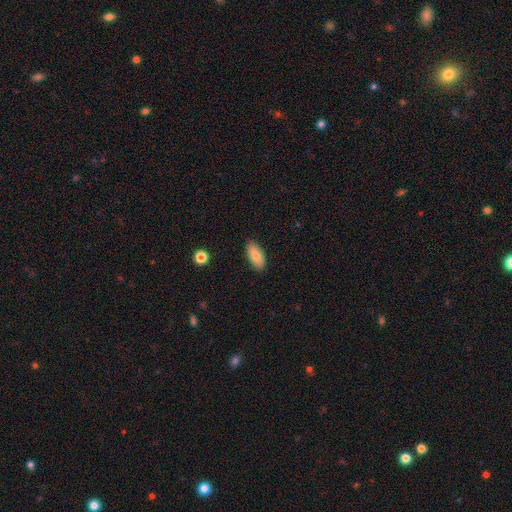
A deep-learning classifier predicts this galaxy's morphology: Smooth or featured: smooth — 81% (featured or disk — 12%)
How rounded: in between — 87% (cigar-shaped — 11%)
Merging: none — 88% (minor disturbance — 9%)